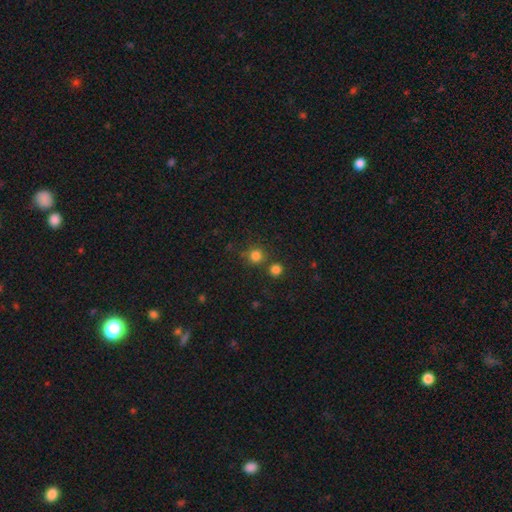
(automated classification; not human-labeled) Smooth or featured? Predicted: smooth (p=0.80). How rounded? Predicted: round (p=0.90). Merging? Predicted: none (p=0.72).